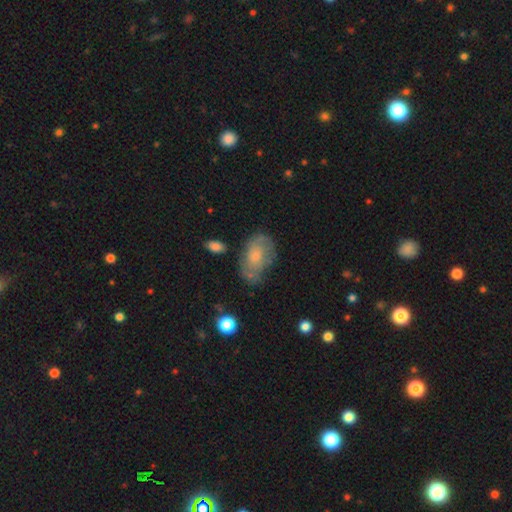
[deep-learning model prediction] smooth-or-featured: smooth: 47% | featured or disk: 46% | star or artifact: 7%
  merging: none: 53% | minor disturbance: 28% | major disturbance: 13% | merger: 6%